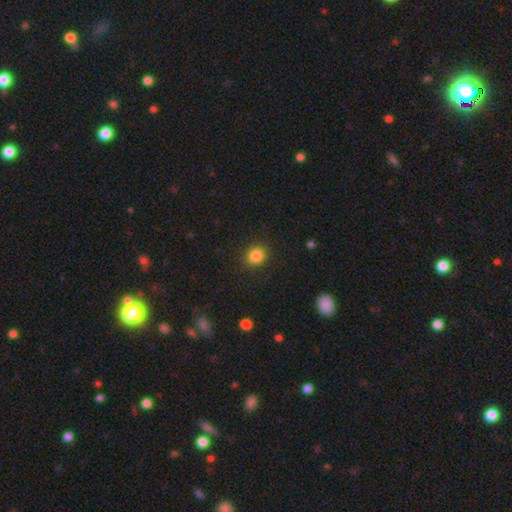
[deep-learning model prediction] smooth-or-featured: smooth: 85% | star or artifact: 11% | featured or disk: 5%
  how-rounded: round: 72% | in between: 27% | cigar-shaped: 1%
  merging: none: 89% | minor disturbance: 8% | major disturbance: 3% | merger: 1%